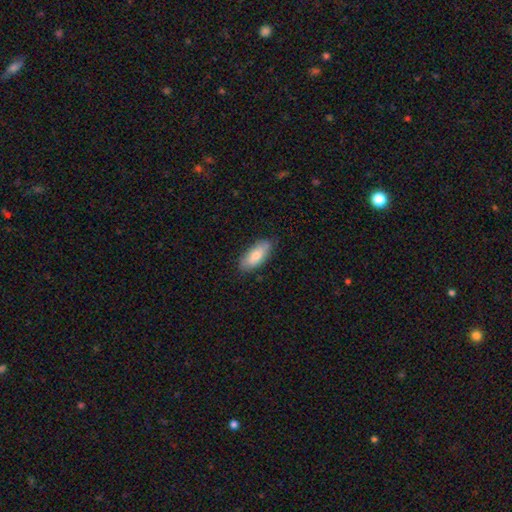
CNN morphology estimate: A smooth galaxy with no disk features (76%) that is in between round and cigar-shaped (81%). Merging: none (83%).